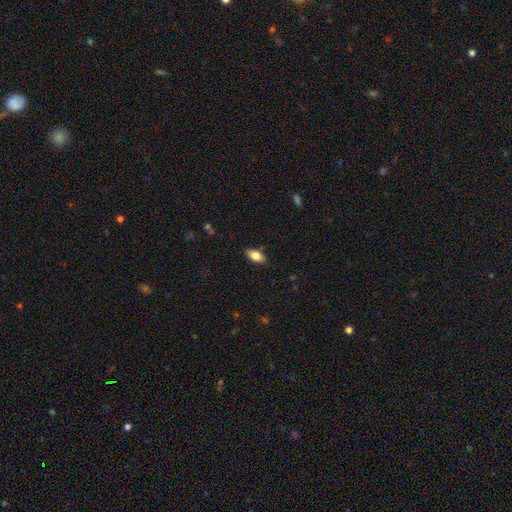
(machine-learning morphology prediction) Q: Smooth or featured?
A: smooth (80%); runner-up: featured or disk (13%)
Q: How rounded?
A: in between (89%); runner-up: cigar-shaped (8%)
Q: Merging?
A: none (85%); runner-up: minor disturbance (11%)